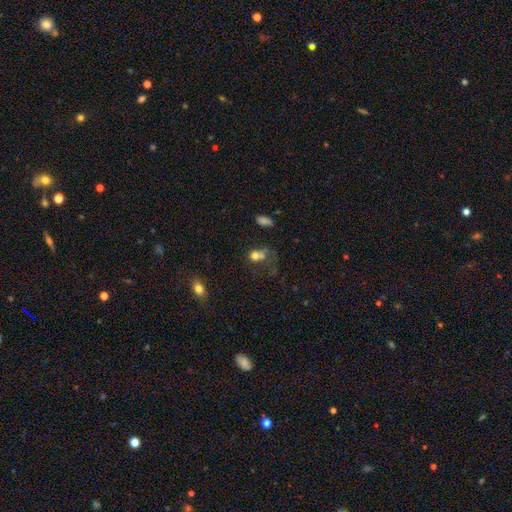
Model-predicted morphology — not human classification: The model was most divided on "merging": merger: 41%, none: 26%, major disturbance: 21%, minor disturbance: 12%. More confident: smooth or featured — smooth (66%); how rounded — round (61%).